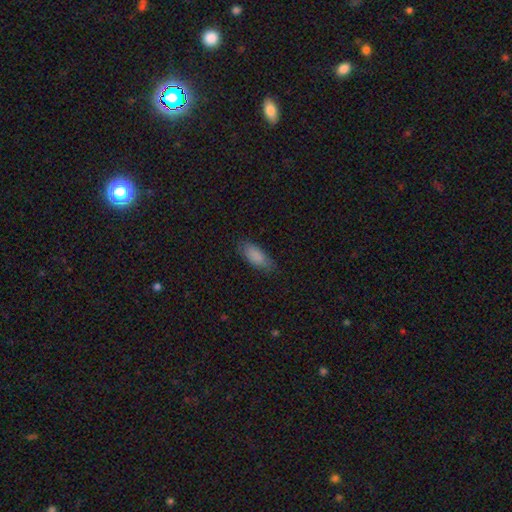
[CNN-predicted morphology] This is clearly a smooth galaxy (86%). How rounded: clearly in between (84%). Merging: likely none (78%).